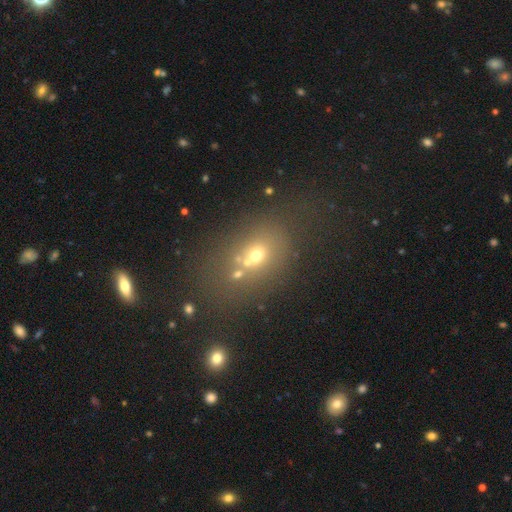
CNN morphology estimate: smooth_or_featured: smooth (p=0.55) [alt: star or artifact p=0.24]
how_rounded: in between (p=0.57) [alt: round p=0.41]
merging: none (p=0.53) [alt: merger p=0.25]